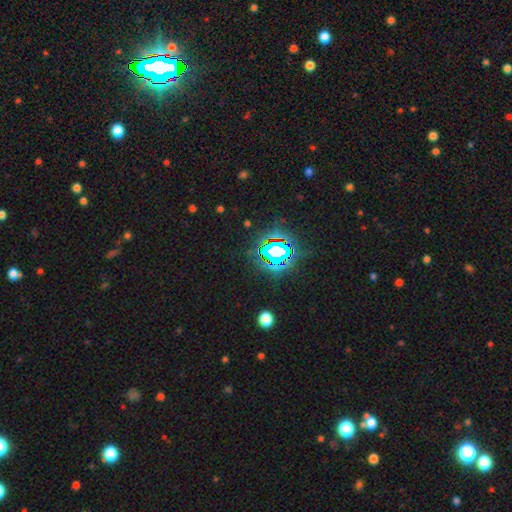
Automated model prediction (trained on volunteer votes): Morphology: type=star or artifact (83%).